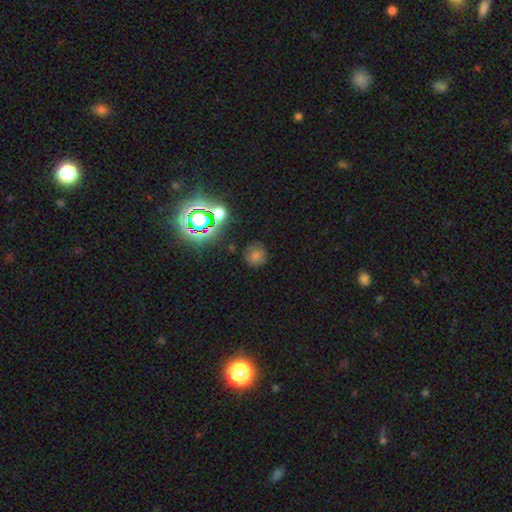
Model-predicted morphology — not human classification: A smooth galaxy with no disk features (53%) that is round (88%). Merging: none (82%).